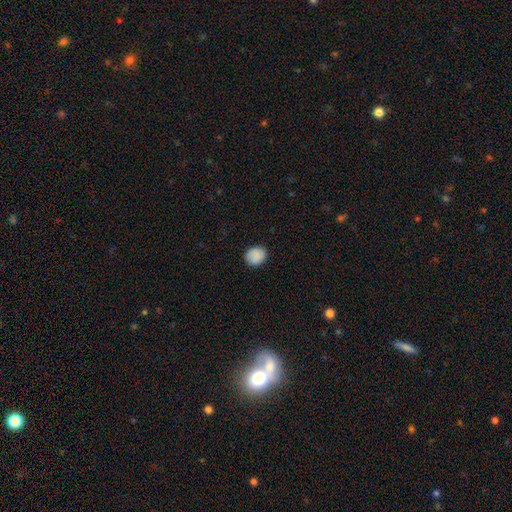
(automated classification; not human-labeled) Morphology: type=smooth (89%); roundness=round (68%); merging=none (87%).